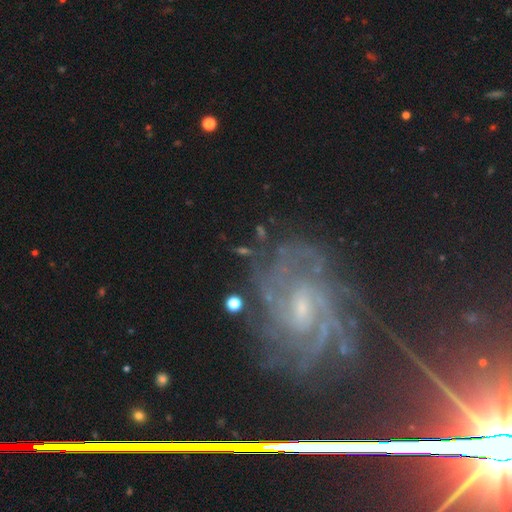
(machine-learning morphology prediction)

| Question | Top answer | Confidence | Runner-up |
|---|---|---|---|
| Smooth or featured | featured or disk | 85% | star or artifact (9%) |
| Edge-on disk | no | 97% | yes (3%) |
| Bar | weak | 49% | no (39%) |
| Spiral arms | yes | 97% | no (3%) |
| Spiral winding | tight | 58% | medium (34%) |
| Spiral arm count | can't tell | 29% | 4 (19%) |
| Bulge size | small | 67% | moderate (24%) |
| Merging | none | 71% | minor disturbance (16%) |